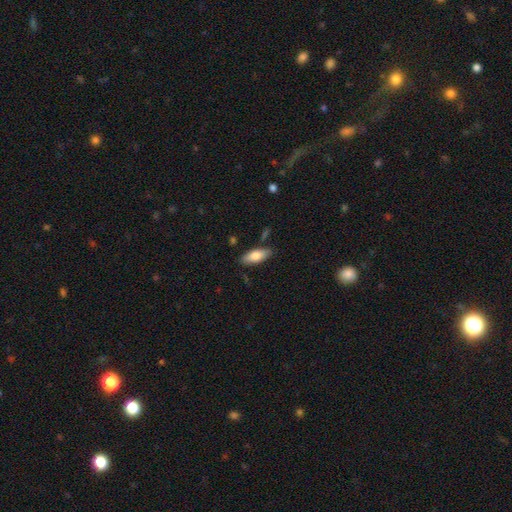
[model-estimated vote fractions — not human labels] smooth 79%, featured or disk 15%, star or artifact 6%. Down the decision tree: how rounded — in between (78%); merging — none (81%).